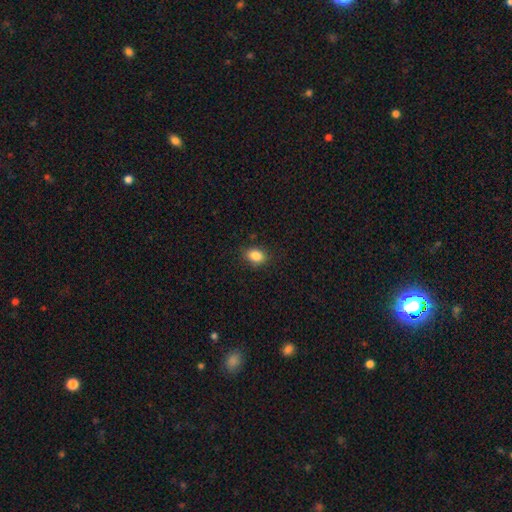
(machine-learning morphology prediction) Smooth or featured? Predicted: smooth (p=0.86). How rounded? Predicted: in between (p=0.76). Merging? Predicted: none (p=0.86).